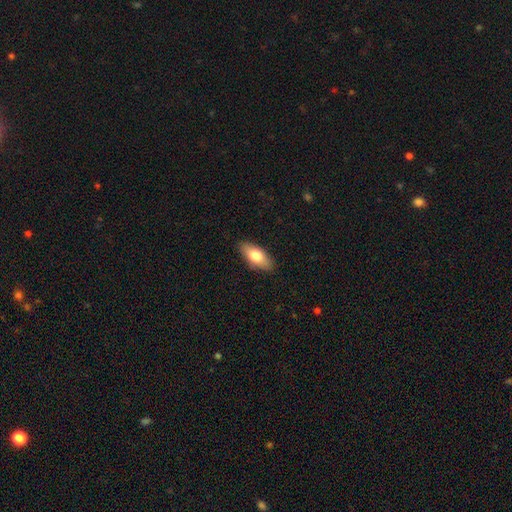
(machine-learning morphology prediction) Q: Smooth or featured?
A: smooth (76%); runner-up: featured or disk (18%)
Q: How rounded?
A: in between (83%); runner-up: cigar-shaped (14%)
Q: Merging?
A: none (87%); runner-up: minor disturbance (10%)